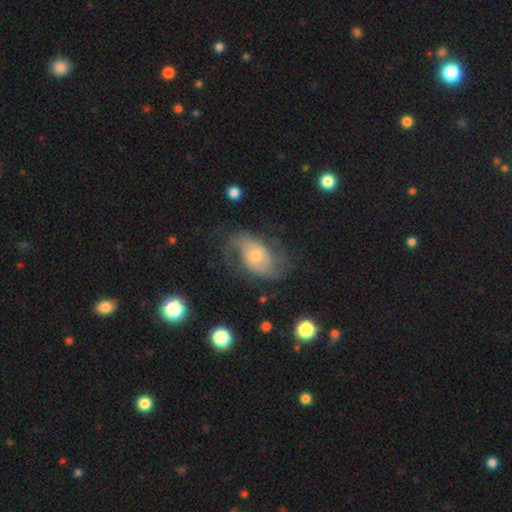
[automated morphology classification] Smooth or featured? featured or disk (75%)
Edge-on disk? no (96%)
Bar? no (67%)
Spiral arms? yes (90%)
Spiral winding? medium (42%)
Spiral arm count? 2 (72%)
Bulge size? moderate (55%)
Merging? none (57%)